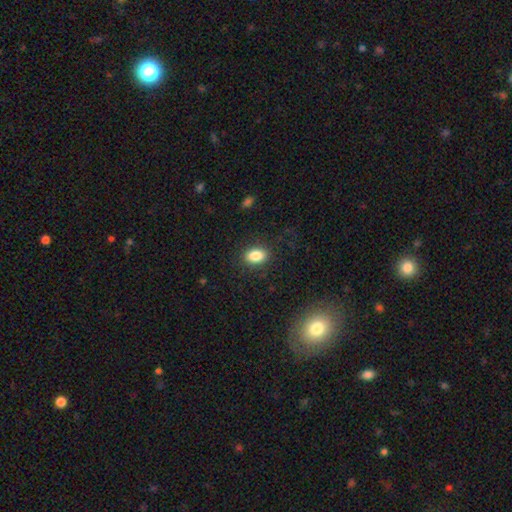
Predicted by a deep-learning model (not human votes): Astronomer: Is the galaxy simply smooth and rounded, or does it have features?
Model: smooth — 86%.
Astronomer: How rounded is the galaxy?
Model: in between — 81%.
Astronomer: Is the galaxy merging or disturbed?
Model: none — 87%.